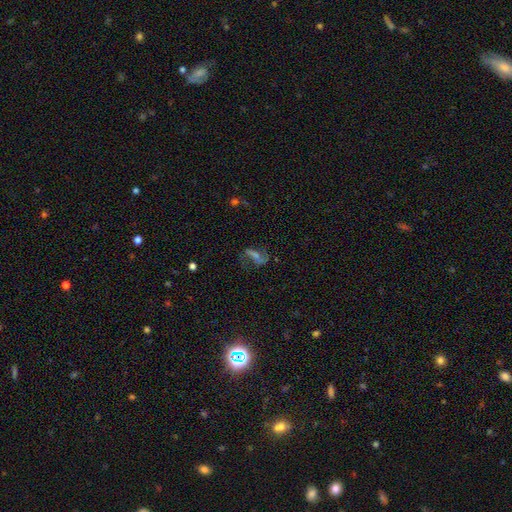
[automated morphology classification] A featured or disk galaxy (65%) with a strong bar (41%), 2 (89%) loose (56%) spiral arms (89%) and a small central bulge (43%). Merging: none (72%).